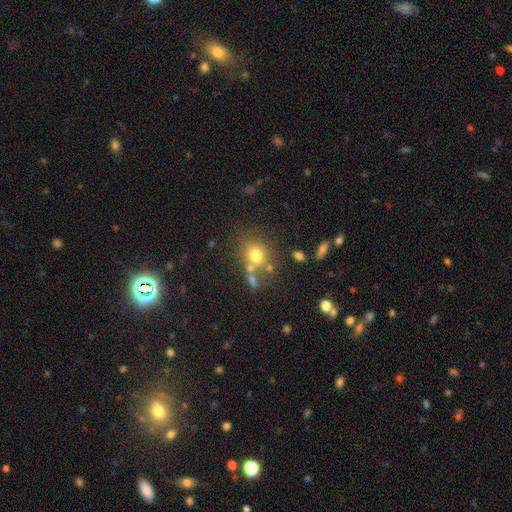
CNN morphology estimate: Smooth or featured: smooth — 73% (star or artifact — 14%)
How rounded: round — 71% (in between — 28%)
Merging: none — 60% (merger — 20%)